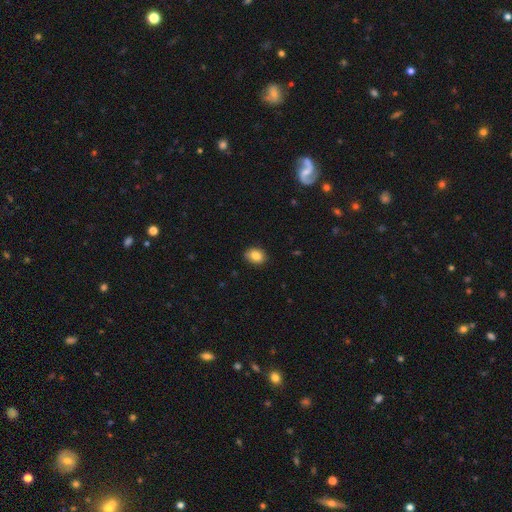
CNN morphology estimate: Smooth or featured? smooth (84%)
How rounded? in between (59%)
Merging? none (84%)